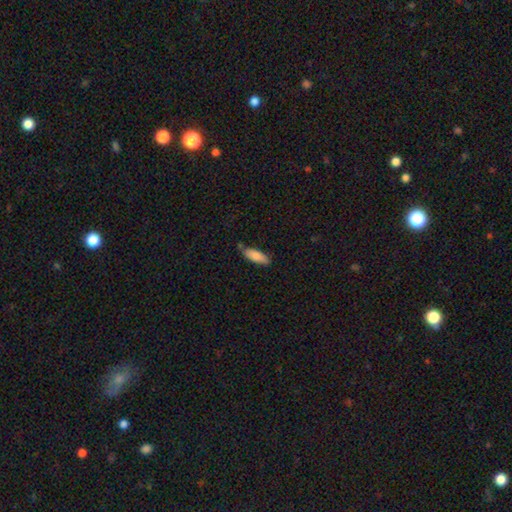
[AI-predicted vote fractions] The model was most divided on "how rounded": in between: 59%, cigar-shaped: 39%, round: 2%. More confident: smooth or featured — smooth (84%); merging — none (69%).